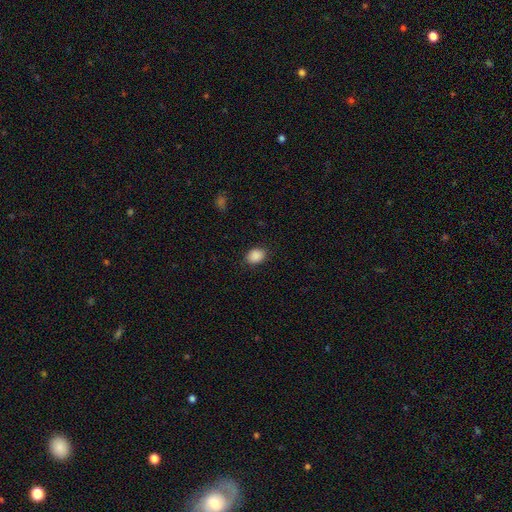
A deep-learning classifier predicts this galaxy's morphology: Q: Smooth or featured?
A: smooth (89%); runner-up: star or artifact (8%)
Q: How rounded?
A: in between (61%); runner-up: round (38%)
Q: Merging?
A: none (87%); runner-up: minor disturbance (10%)